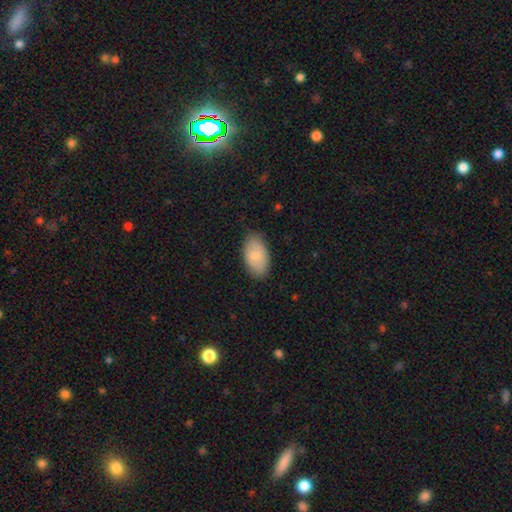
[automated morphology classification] Smooth or featured? Predicted: smooth (p=0.76). How rounded? Predicted: in between (p=0.94). Merging? Predicted: none (p=0.81).